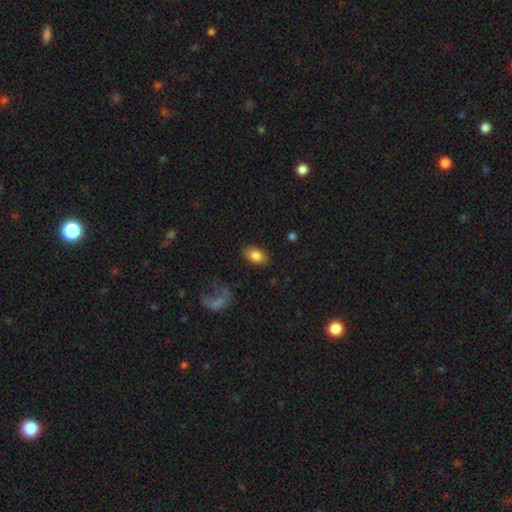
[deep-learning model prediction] Morphology: type=smooth (83%); roundness=in between (87%); merging=none (85%).